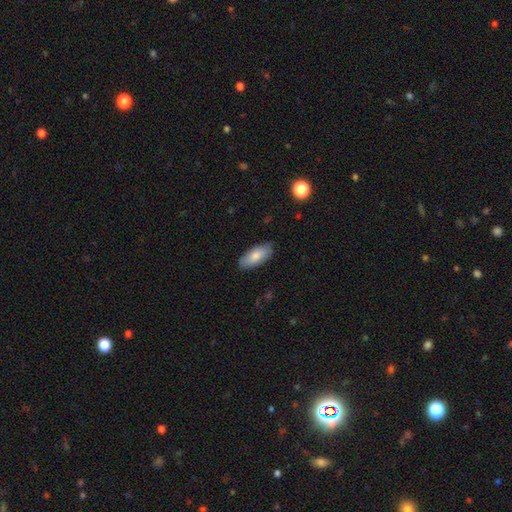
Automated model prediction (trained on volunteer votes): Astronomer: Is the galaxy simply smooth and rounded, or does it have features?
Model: smooth — 81%.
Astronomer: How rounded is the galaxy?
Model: in between — 86%.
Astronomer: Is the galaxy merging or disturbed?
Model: none — 86%.